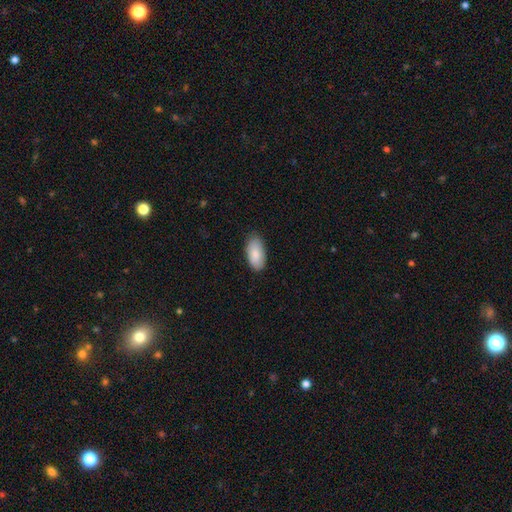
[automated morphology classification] Smooth or featured? smooth (87%)
How rounded? in between (94%)
Merging? none (82%)